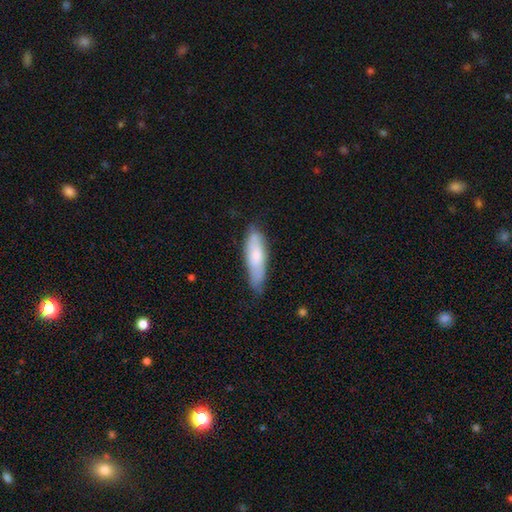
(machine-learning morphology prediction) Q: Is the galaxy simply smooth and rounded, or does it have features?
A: smooth — 66%.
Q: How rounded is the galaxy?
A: cigar-shaped — 54%.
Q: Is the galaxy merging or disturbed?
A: none — 65%.